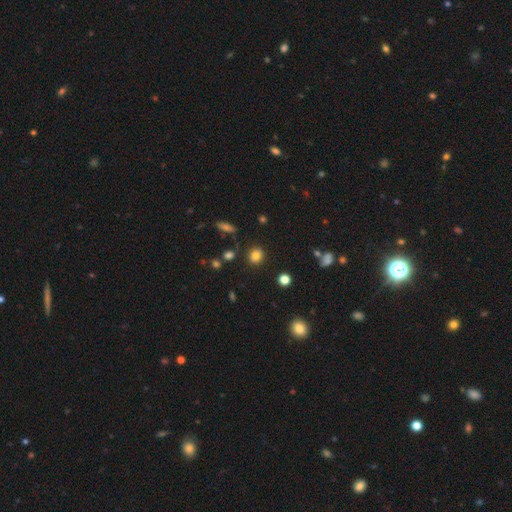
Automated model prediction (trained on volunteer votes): Smooth or featured?
  - smooth: 82% *
  - star or artifact: 12%
  - featured or disk: 6%
How rounded?
  - round: 80% *
  - in between: 19%
  - cigar-shaped: 1%
Merging?
  - none: 87% *
  - minor disturbance: 8%
  - merger: 3%
  - major disturbance: 3%